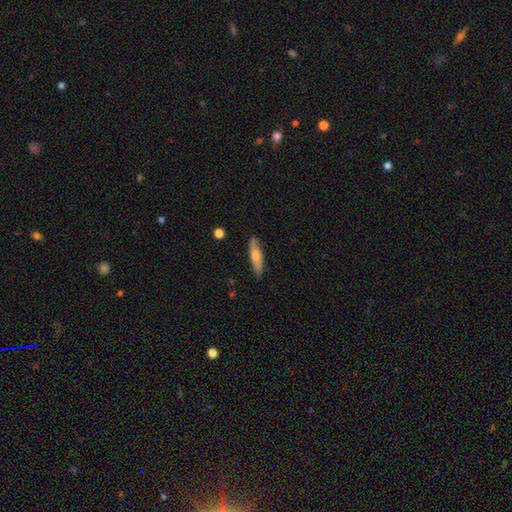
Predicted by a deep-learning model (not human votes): This is possibly a smooth galaxy (59%). How rounded: likely cigar-shaped (70%). Merging: likely none (79%).